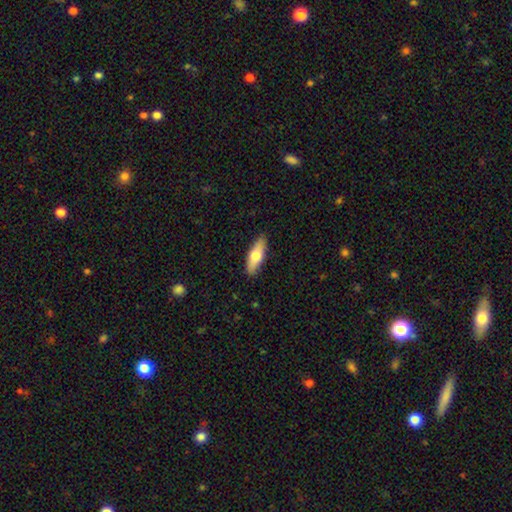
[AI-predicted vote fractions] Smooth or featured? smooth (67%)
How rounded? in between (60%)
Merging? none (88%)